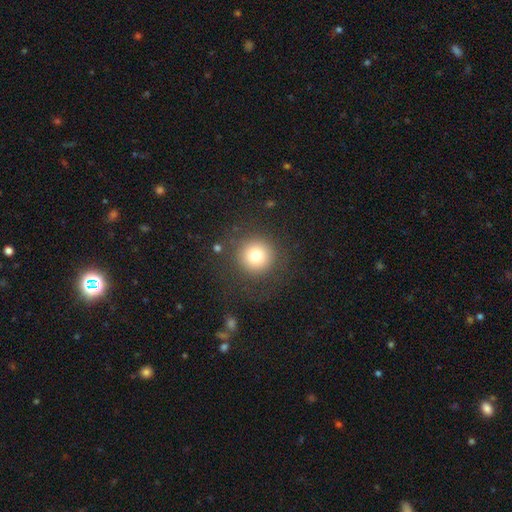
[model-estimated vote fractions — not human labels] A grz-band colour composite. It shows a smooth galaxy with no disk features (75%) that is round (95%). Merging: none (83%).